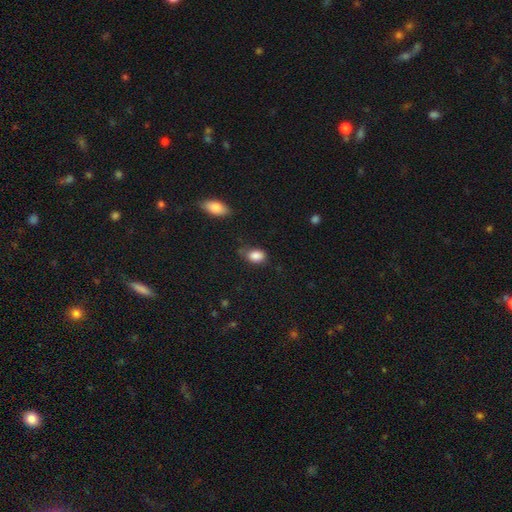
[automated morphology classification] smooth 86%, star or artifact 8%, featured or disk 6%. Down the decision tree: how rounded — in between (80%); merging — none (59%).